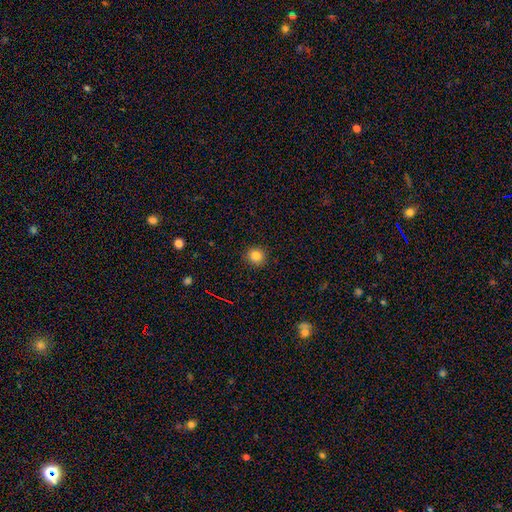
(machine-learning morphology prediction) Smooth or featured: smooth — 83% (star or artifact — 12%)
How rounded: round — 90% (in between — 9%)
Merging: none — 91% (minor disturbance — 6%)